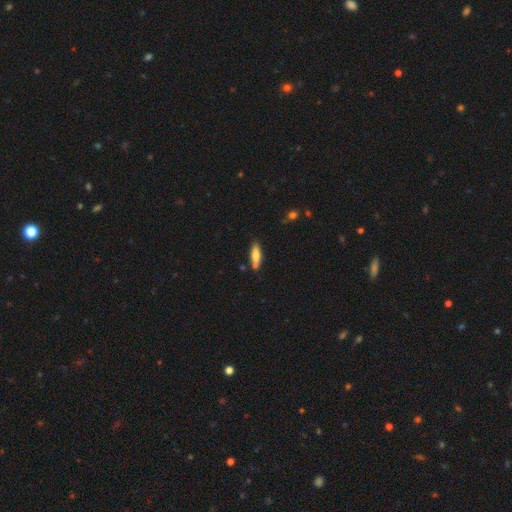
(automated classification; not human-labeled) Smooth or featured? smooth (75%)
How rounded? cigar-shaped (54%)
Merging? none (75%)